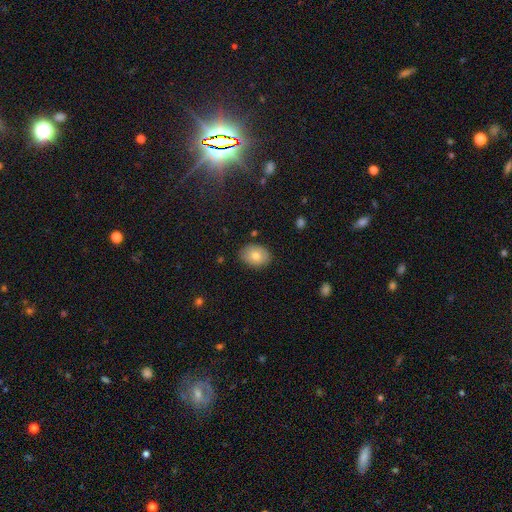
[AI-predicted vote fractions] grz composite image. It shows a smooth galaxy with no disk features (76%) that is in between round and cigar-shaped (72%). Merging: none (84%).